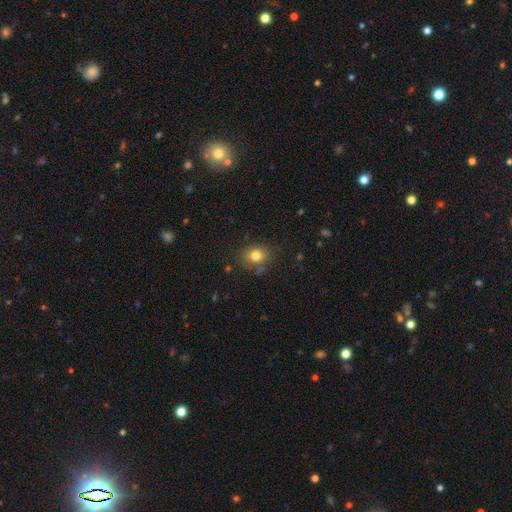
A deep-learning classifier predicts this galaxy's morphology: A smooth galaxy with no disk features (78%) that is round (63%).

Vote fractions:
- Smooth or featured? smooth: 78% / star or artifact: 12% / featured or disk: 9%
- How rounded? round: 63% / in between: 36% / cigar-shaped: 1%
- Merging? none: 75% / minor disturbance: 16% / major disturbance: 4% / merger: 4%